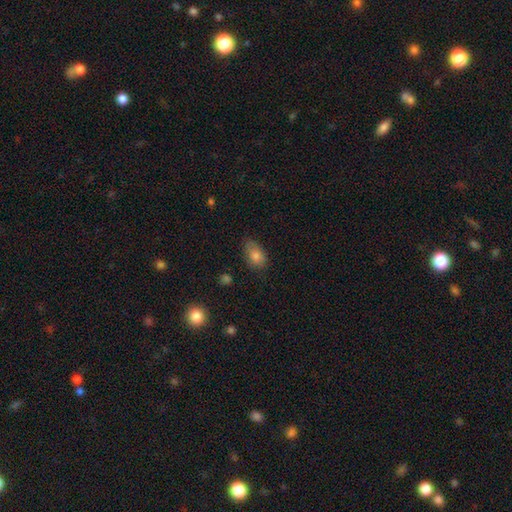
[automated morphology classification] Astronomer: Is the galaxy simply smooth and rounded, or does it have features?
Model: smooth — 80%.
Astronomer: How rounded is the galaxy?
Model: in between — 86%.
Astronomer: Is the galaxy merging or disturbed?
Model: none — 64%.